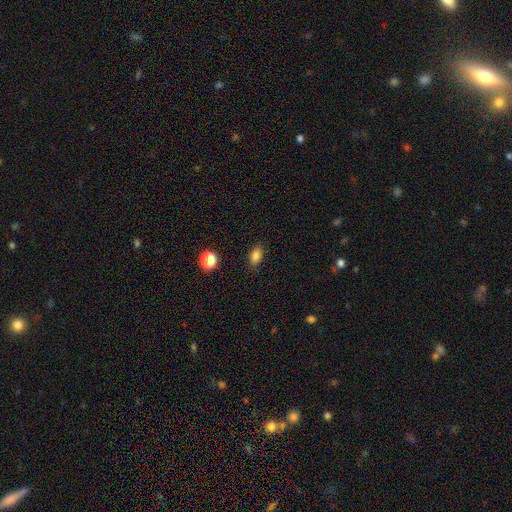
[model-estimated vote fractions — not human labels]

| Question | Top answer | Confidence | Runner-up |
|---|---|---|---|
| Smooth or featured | smooth | 84% | star or artifact (12%) |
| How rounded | in between | 84% | round (14%) |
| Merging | none | 86% | minor disturbance (10%) |